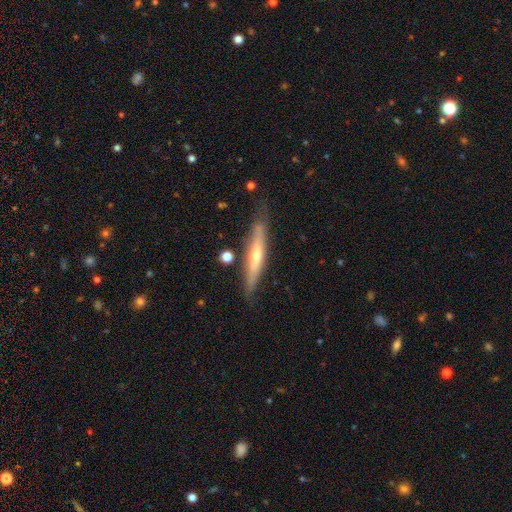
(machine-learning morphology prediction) Smooth or featured? featured or disk (59%)
Edge-on disk? yes (89%)
Edge-on bulge? rounded (66%)
Merging? none (78%)